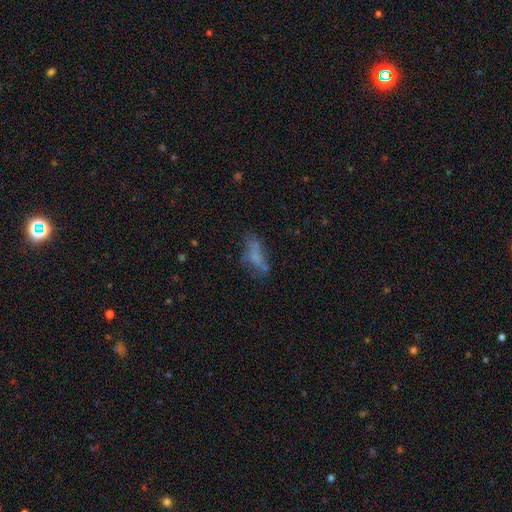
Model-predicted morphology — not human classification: Smooth or featured?
  - smooth: 50% *
  - featured or disk: 34%
  - star or artifact: 16%
Merging?
  - none: 46% *
  - minor disturbance: 23%
  - major disturbance: 22%
  - merger: 9%